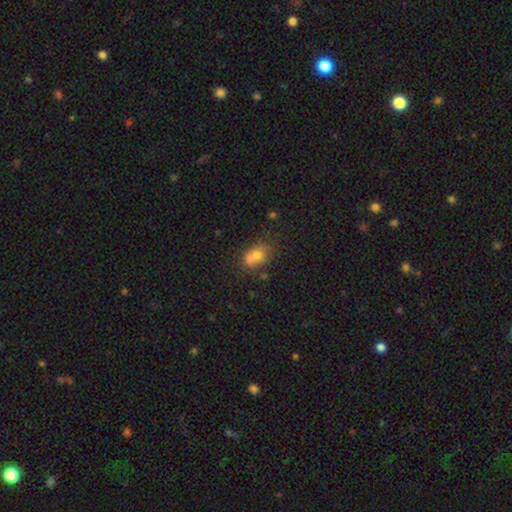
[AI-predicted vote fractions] A smooth galaxy with no disk features (68%) that is in between round and cigar-shaped (53%).

Vote fractions:
- Smooth or featured? smooth: 68% / featured or disk: 18% / star or artifact: 14%
- How rounded? in between: 53% / round: 45% / cigar-shaped: 2%
- Merging? merger: 47% / none: 38% / minor disturbance: 11% / major disturbance: 4%